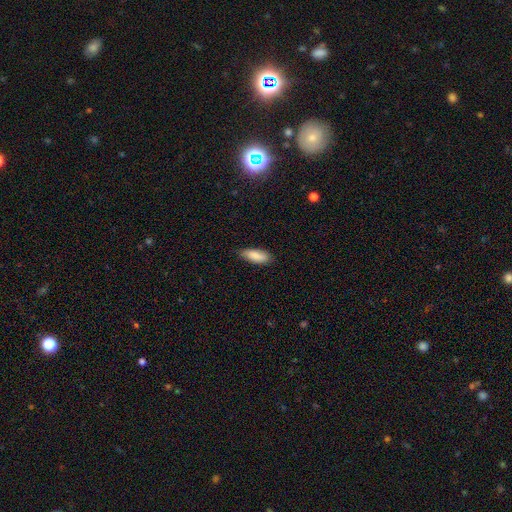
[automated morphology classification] Smooth or featured? Predicted: smooth (p=0.86). How rounded? Predicted: in between (p=0.73). Merging? Predicted: none (p=0.78).